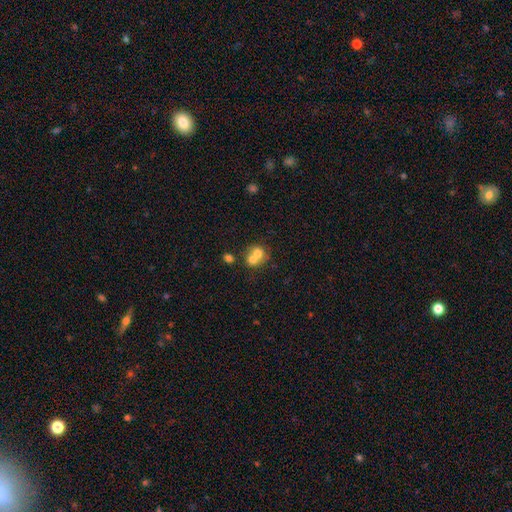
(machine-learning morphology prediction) Smooth or featured: smooth — 68% (featured or disk — 22%)
How rounded: round — 75% (in between — 24%)
Merging: merger — 64% (none — 27%)